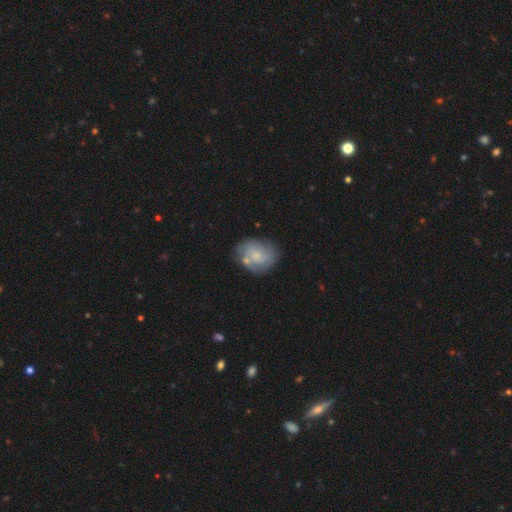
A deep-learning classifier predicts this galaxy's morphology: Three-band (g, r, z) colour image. It shows a featured or disk galaxy (62%) with no bar (70%), 2 (38%) tight (47%) spiral arms (83%) and a small central bulge (51%). Merging: none (64%).